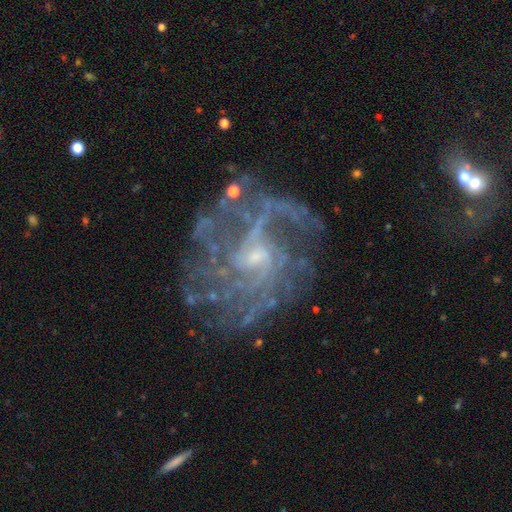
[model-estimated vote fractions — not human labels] The model was most divided on "bar": weak: 47%, no: 44%, strong: 9%. Remaining: edge-on disk — no (98%); spiral arms — yes (91%); smooth or featured — featured or disk (86%); bulge size — small (65%); merging — none (64%); spiral winding — medium (41%); spiral arm count — can't tell (37%).